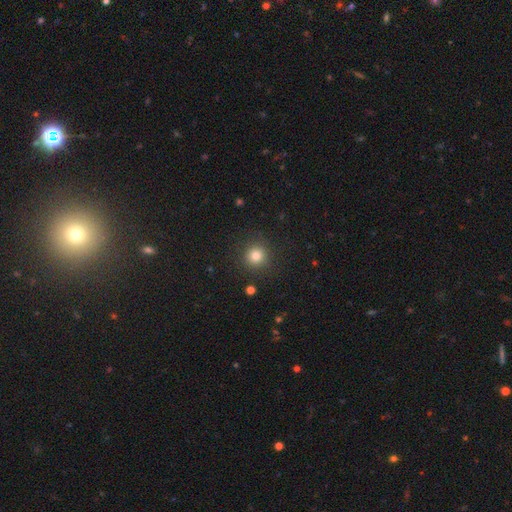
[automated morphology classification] This is clearly a smooth galaxy (81%). How rounded: clearly round (93%). Merging: clearly none (89%).